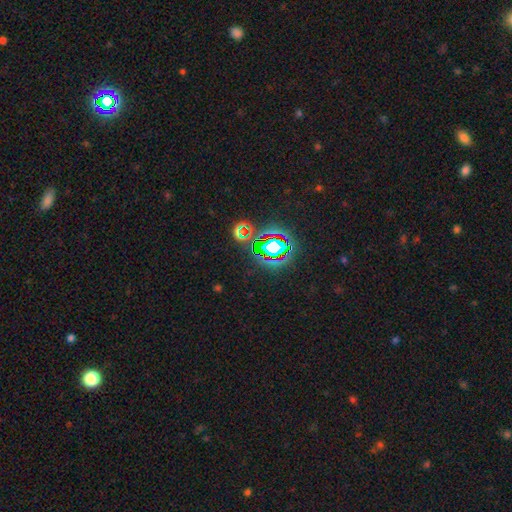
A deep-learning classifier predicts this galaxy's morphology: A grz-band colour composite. It shows a star or artifact, not a galaxy (77%).